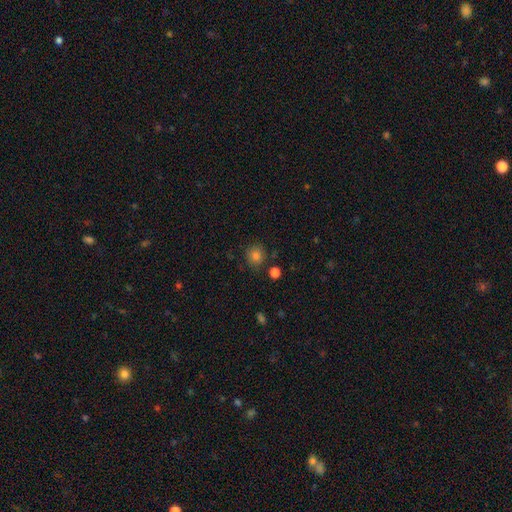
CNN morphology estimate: This is clearly a smooth galaxy (81%). How rounded: clearly round (81%). Merging: clearly none (82%).